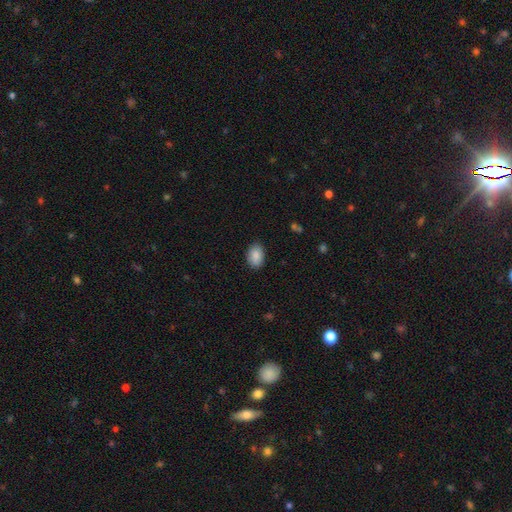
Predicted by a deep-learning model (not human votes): Smooth or featured?
  - smooth: 89% *
  - star or artifact: 7%
  - featured or disk: 4%
How rounded?
  - in between: 85% *
  - round: 14%
  - cigar-shaped: 1%
Merging?
  - none: 86% *
  - minor disturbance: 10%
  - major disturbance: 2%
  - merger: 1%